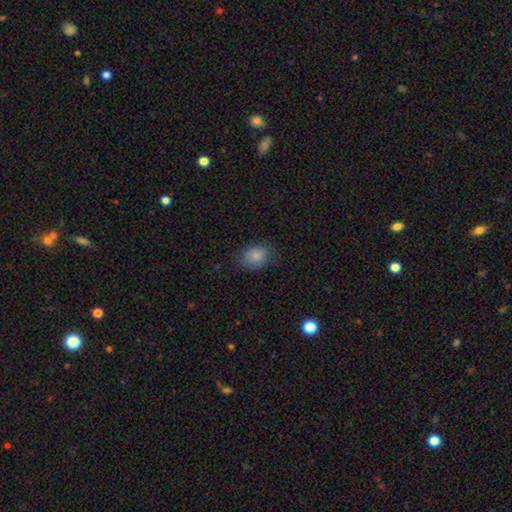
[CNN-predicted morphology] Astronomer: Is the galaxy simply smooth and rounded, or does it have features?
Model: smooth — 84%.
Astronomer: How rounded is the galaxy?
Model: in between — 57% (runner-up: round, 43%).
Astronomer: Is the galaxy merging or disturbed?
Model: none — 76%.